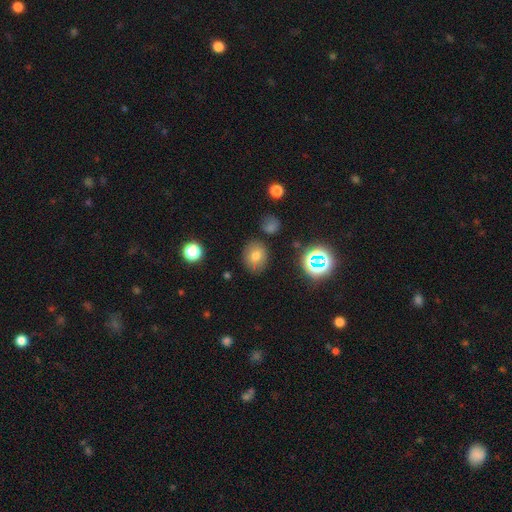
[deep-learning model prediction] The model was most divided on "how rounded": round: 58%, in between: 41%, cigar-shaped: 1%. More confident: merging — none (81%); smooth or featured — smooth (71%).